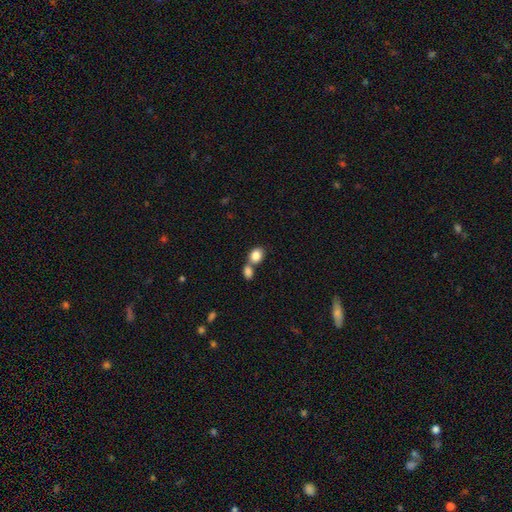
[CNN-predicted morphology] Q: Smooth or featured?
A: smooth (85%); runner-up: star or artifact (8%)
Q: How rounded?
A: in between (53%); runner-up: round (46%)
Q: Merging?
A: merger (51%); runner-up: none (38%)